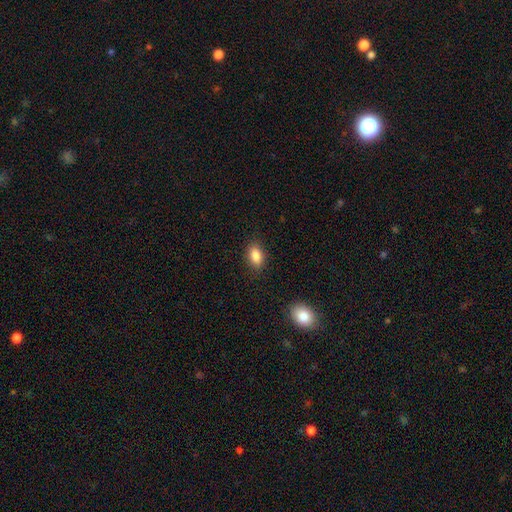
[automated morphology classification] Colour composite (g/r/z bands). It shows a smooth galaxy with no disk features (87%) that is in between round and cigar-shaped (88%). Merging: none (86%).